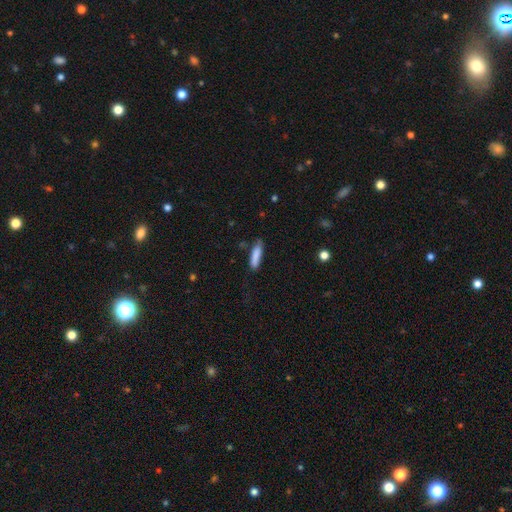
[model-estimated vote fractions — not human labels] The model was most divided on "how rounded": cigar-shaped: 72%, in between: 27%, round: 1%. More confident: smooth or featured — smooth (84%); merging — none (71%).